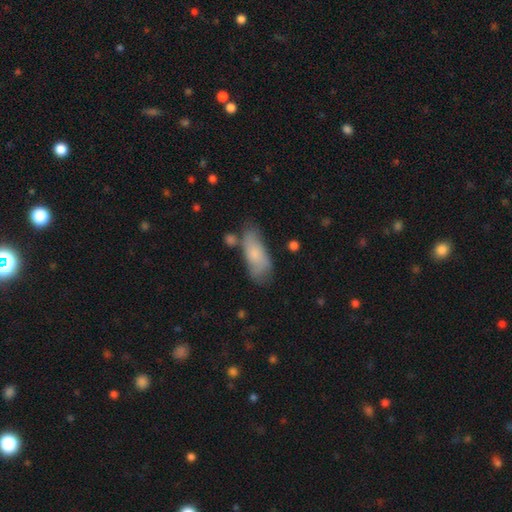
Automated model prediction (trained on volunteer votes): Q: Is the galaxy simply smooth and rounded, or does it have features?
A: smooth — 72%.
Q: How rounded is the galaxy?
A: in between — 81%.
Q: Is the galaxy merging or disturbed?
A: none — 51%.